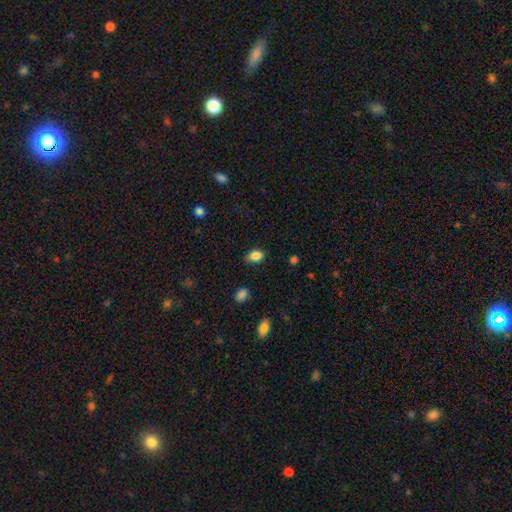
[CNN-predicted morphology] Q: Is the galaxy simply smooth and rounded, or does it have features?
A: smooth — 85%.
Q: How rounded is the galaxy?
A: in between — 79%.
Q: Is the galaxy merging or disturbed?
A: none — 78%.